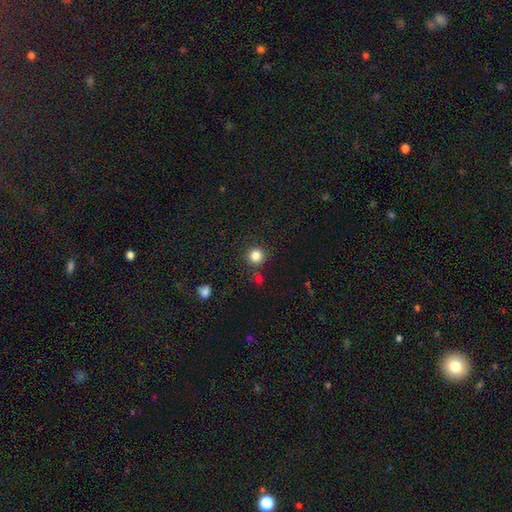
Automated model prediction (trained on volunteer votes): Morphology: type=smooth (84%); roundness=round (95%); merging=none (87%).